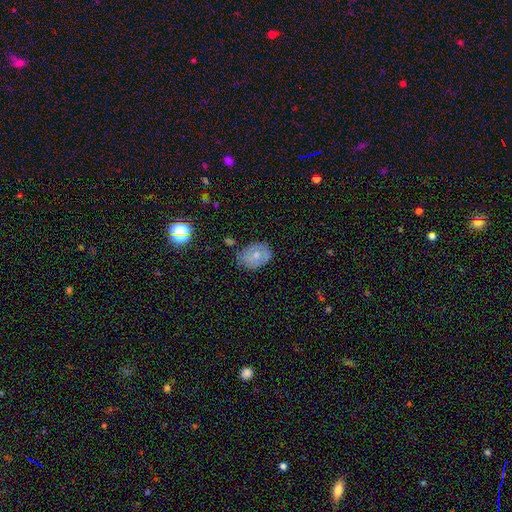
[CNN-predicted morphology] A smooth galaxy with no disk features (64%) that is in between round and cigar-shaped (72%).

Vote fractions:
- Smooth or featured? smooth: 64% / featured or disk: 26% / star or artifact: 9%
- How rounded? in between: 72% / round: 27% / cigar-shaped: 1%
- Merging? none: 67% / minor disturbance: 25% / major disturbance: 5% / merger: 3%